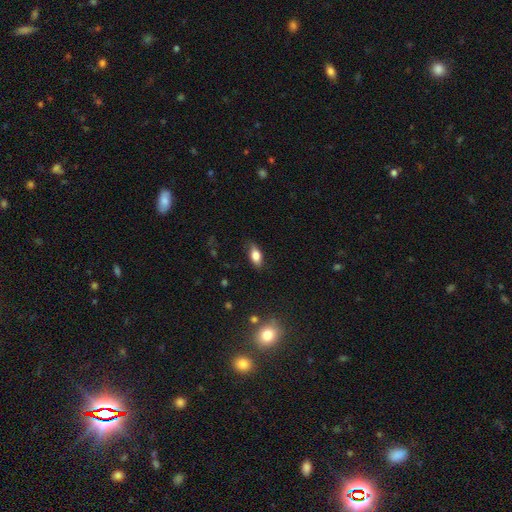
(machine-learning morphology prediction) This appears to be a smooth galaxy with no disk features (77%) that is in between round and cigar-shaped (83%). Merging: none (79%).